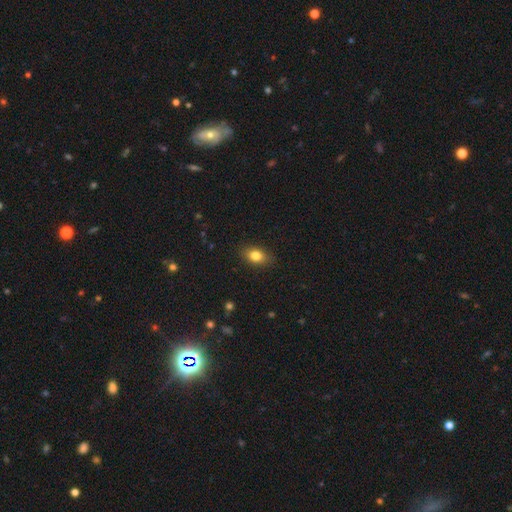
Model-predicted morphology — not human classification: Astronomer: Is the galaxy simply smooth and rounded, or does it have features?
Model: smooth — 81%.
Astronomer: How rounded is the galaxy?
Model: in between — 78%.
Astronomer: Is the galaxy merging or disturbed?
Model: none — 86%.